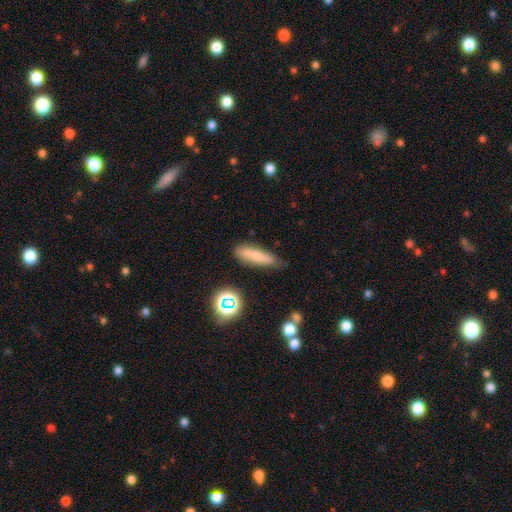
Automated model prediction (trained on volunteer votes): This appears to be a smooth galaxy with no disk features (70%) that is cigar-shaped (67%). Merging: none (71%).